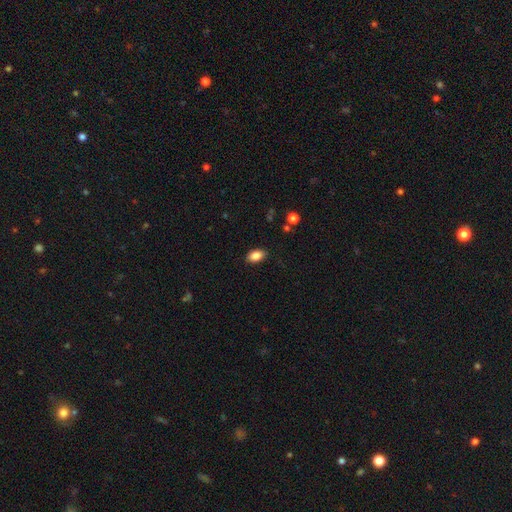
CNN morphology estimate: This appears to be a smooth galaxy with no disk features (87%) that is in between round and cigar-shaped (90%). Merging: none (86%).